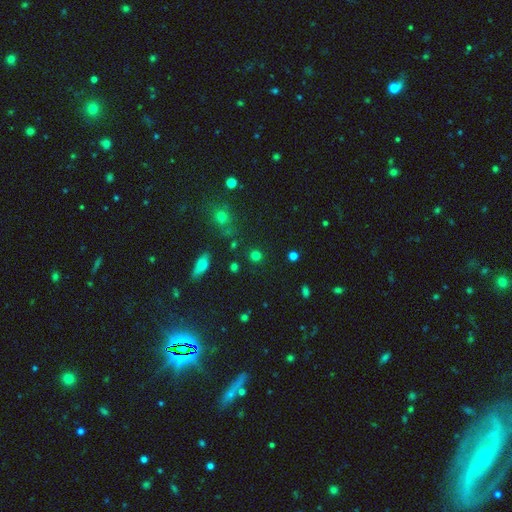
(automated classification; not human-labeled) Overall: smooth (75%). How rounded: round (89%). Merging: none (87%).